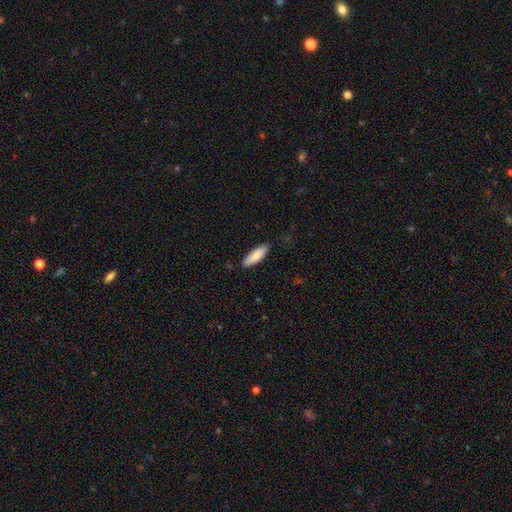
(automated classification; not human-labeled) smooth 86%, featured or disk 9%, star or artifact 5%. Down the decision tree: how rounded — in between (52%); merging — none (86%).